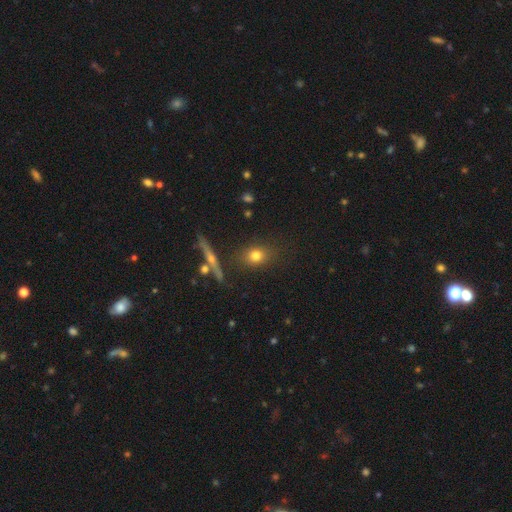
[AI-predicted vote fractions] Smooth or featured? smooth (74%)
How rounded? round (58%)
Merging? none (82%)